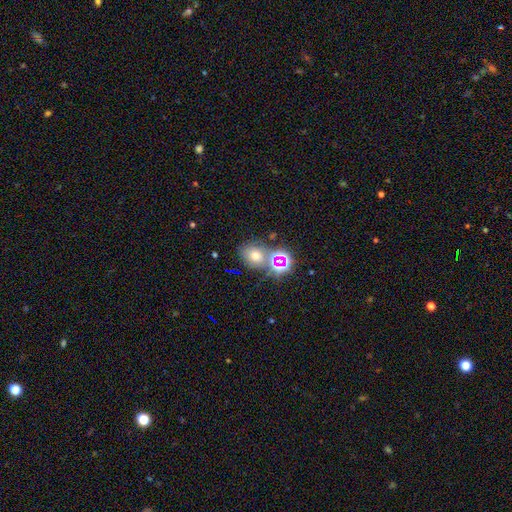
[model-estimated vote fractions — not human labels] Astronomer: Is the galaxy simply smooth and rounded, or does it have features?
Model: smooth — 52% (runner-up: star or artifact, 34%).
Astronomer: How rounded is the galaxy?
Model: round — 61% (runner-up: in between, 38%).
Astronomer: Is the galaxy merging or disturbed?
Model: none — 58%.